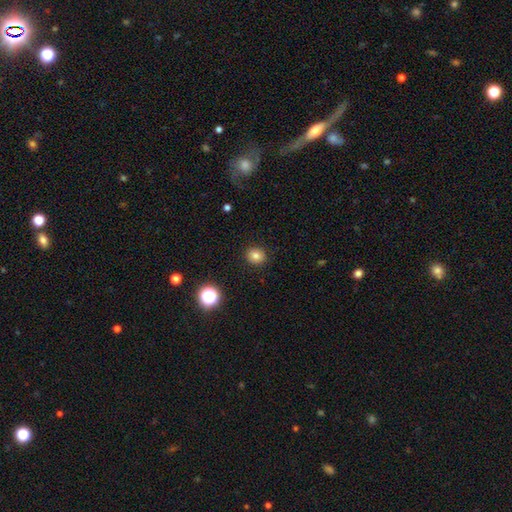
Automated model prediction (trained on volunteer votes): smooth_or_featured: smooth (p=0.80) [alt: star or artifact p=0.13]
how_rounded: round (p=0.83) [alt: in between p=0.16]
merging: none (p=0.91) [alt: minor disturbance p=0.06]